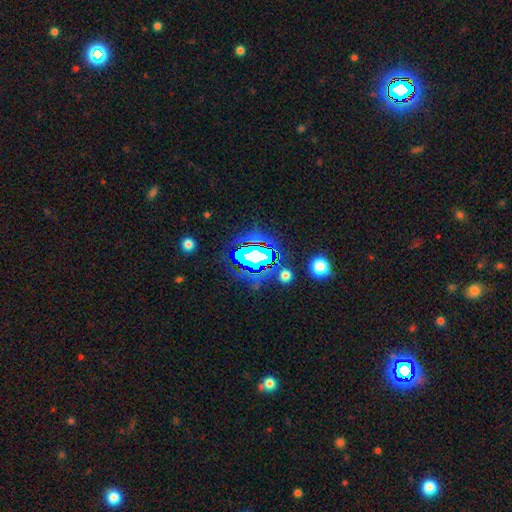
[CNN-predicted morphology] This appears to be a star or artifact, not a galaxy (64%).